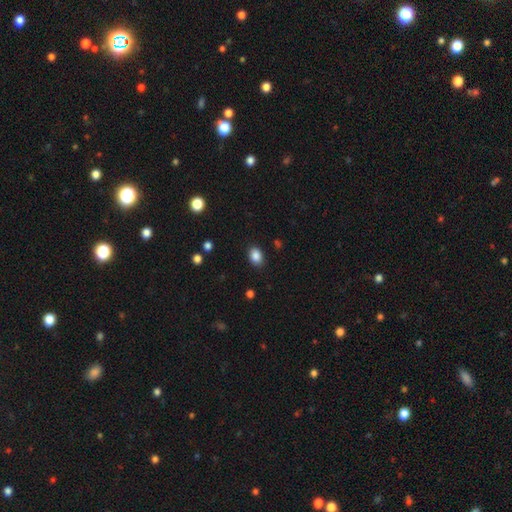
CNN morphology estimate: Smooth or featured? smooth (87%)
How rounded? in between (70%)
Merging? none (87%)